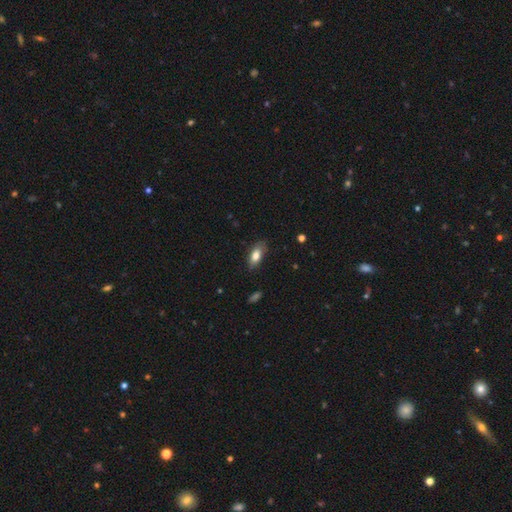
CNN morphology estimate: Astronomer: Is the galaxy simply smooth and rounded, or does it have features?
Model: smooth — 78%.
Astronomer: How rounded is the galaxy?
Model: in between — 84%.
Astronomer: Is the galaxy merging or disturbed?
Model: none — 76%.